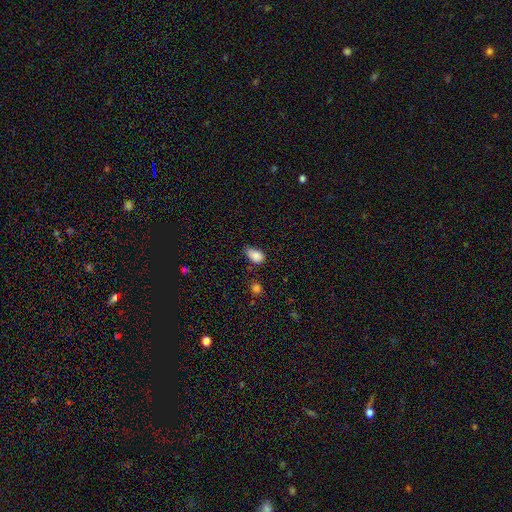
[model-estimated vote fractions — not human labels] This is clearly a smooth galaxy (86%). How rounded: clearly in between (88%). Merging: possibly none (51%).